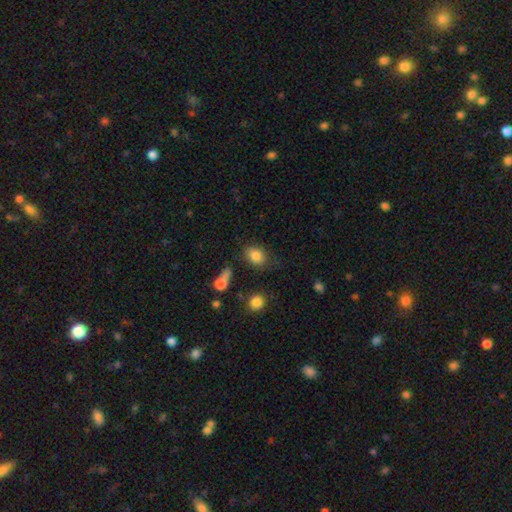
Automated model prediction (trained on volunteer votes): smooth 84%, star or artifact 10%, featured or disk 7%. Down the decision tree: how rounded — in between (68%); merging — none (69%).